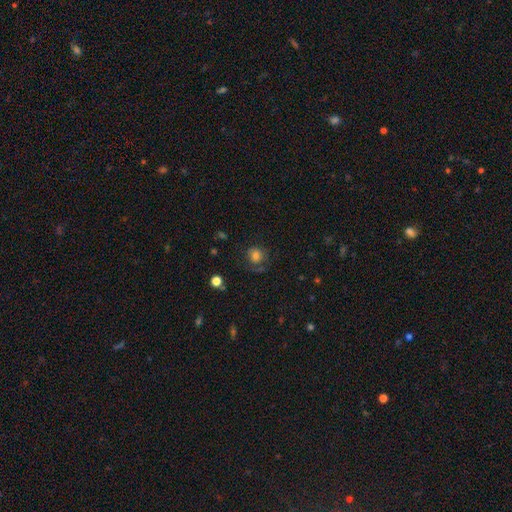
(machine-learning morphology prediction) Q: Smooth or featured?
A: smooth (72%); runner-up: featured or disk (15%)
Q: How rounded?
A: round (79%); runner-up: in between (20%)
Q: Merging?
A: none (62%); runner-up: minor disturbance (21%)